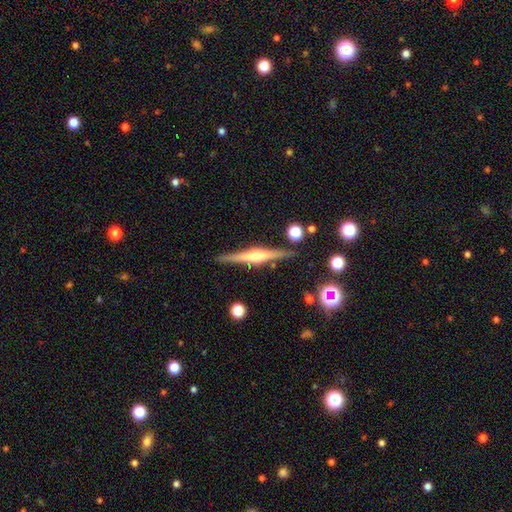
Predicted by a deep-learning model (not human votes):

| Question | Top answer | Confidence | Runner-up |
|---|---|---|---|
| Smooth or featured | featured or disk | 78% | smooth (16%) |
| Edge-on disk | yes | 98% | no (2%) |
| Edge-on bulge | rounded | 86% | boxy (9%) |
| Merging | none | 89% | minor disturbance (8%) |